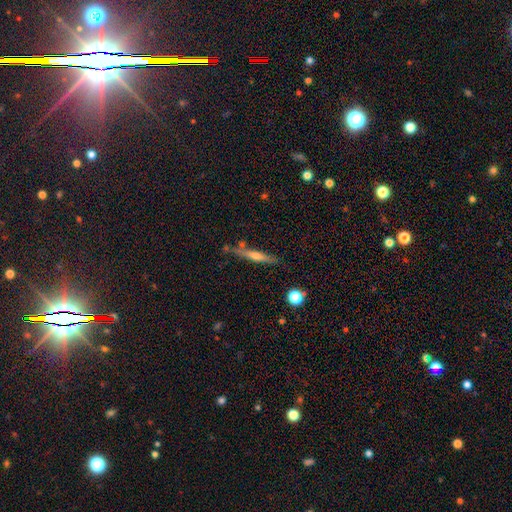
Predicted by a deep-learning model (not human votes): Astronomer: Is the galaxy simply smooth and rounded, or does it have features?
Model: featured or disk — 61%.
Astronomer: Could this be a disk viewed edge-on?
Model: yes — 94%.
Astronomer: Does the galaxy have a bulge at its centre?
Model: rounded — 72%.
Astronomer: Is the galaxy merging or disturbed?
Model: none — 80%.